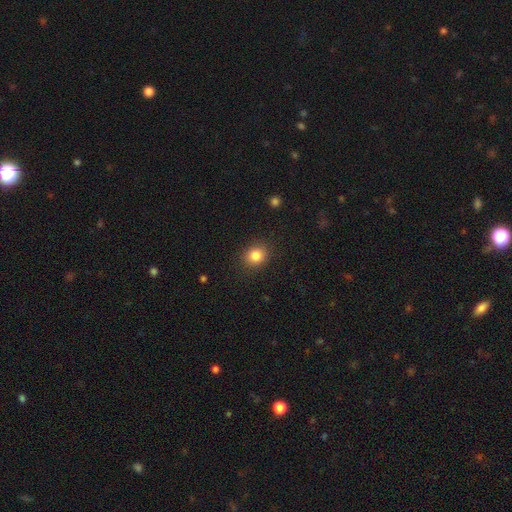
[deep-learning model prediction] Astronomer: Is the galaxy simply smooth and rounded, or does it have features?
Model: smooth — 83%.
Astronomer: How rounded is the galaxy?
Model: round — 73%.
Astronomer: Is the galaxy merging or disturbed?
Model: none — 88%.